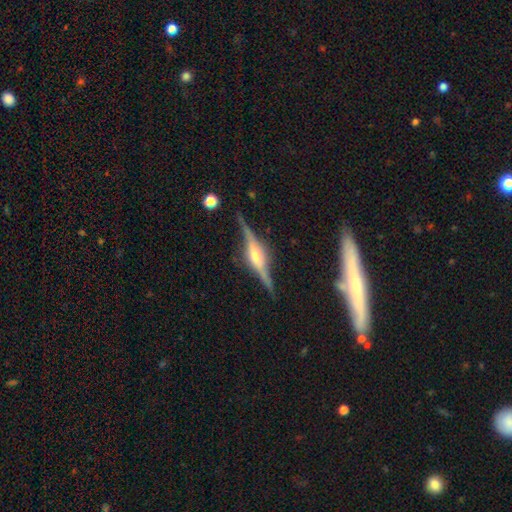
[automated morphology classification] featured or disk 87%, smooth 7%, star or artifact 6%. Down the decision tree: edge-on disk — yes (97%); edge-on bulge — rounded (80%); merging — none (85%).